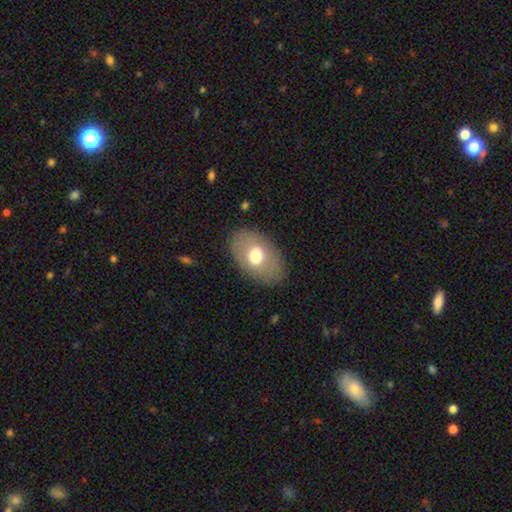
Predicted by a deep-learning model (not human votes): A smooth galaxy with no disk features (68%) that is in between round and cigar-shaped (86%). Merging: none (84%).